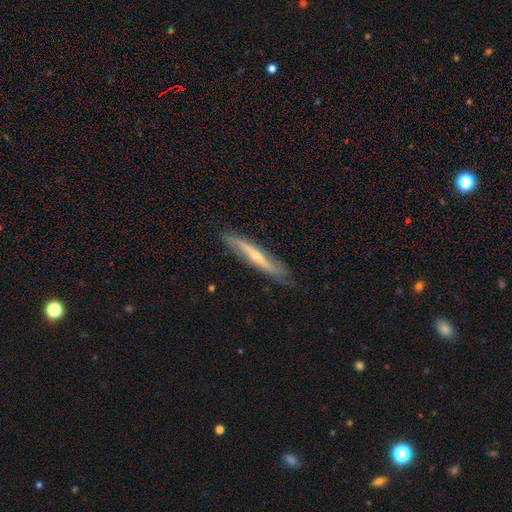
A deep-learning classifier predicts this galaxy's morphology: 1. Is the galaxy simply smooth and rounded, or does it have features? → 69% featured or disk, 25% smooth, 6% star or artifact.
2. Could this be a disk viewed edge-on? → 75% yes, 25% no.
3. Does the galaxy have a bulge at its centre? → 70% rounded, 25% none, 4% boxy.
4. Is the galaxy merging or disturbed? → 80% none, 16% minor disturbance, 3% major disturbance, 1% merger.